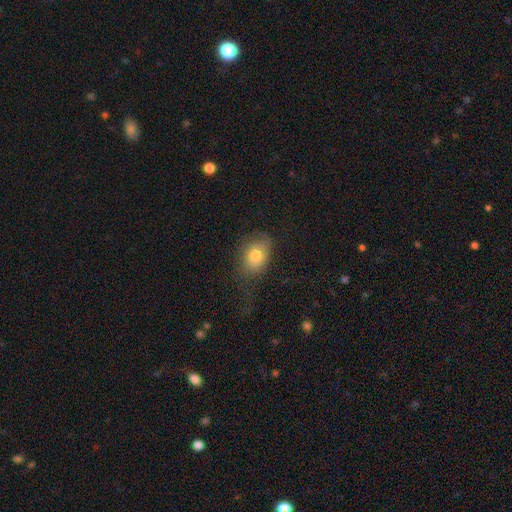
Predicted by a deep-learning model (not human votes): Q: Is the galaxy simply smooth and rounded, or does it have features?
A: smooth — 78%.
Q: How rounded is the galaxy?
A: in between — 76%.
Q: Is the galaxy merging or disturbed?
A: none — 55%.